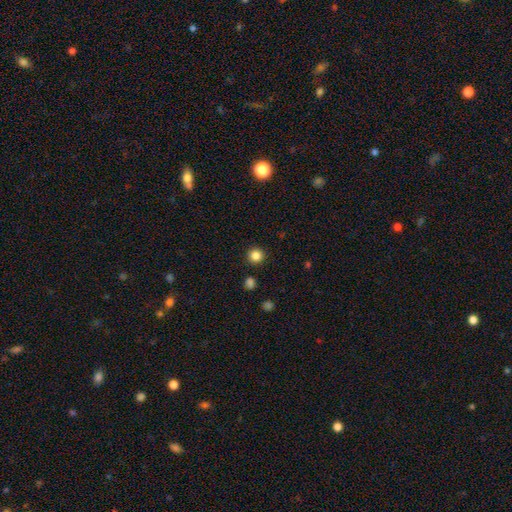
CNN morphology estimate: Smooth or featured? smooth (85%)
How rounded? round (95%)
Merging? none (92%)